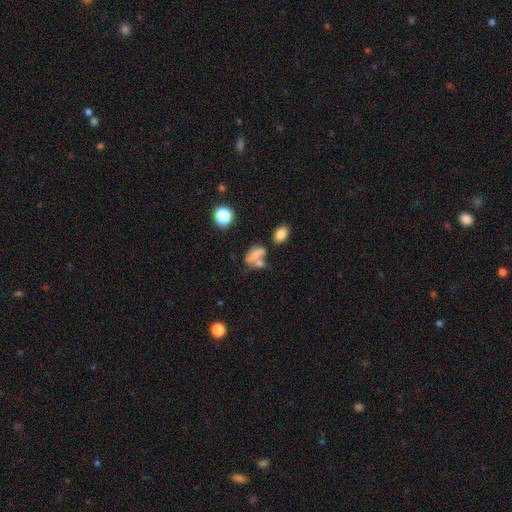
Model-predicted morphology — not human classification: This appears to be a smooth galaxy with no disk features (60%) that is in between round and cigar-shaped (76%). Merging: merger (39%).